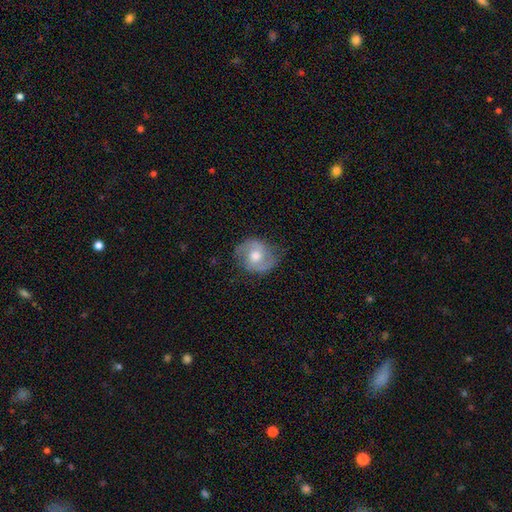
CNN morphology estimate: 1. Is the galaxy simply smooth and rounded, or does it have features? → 68% featured or disk, 25% smooth, 7% star or artifact.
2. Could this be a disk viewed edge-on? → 97% no, 3% yes.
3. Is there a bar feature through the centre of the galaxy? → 54% no, 37% weak, 9% strong.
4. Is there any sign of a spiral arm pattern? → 86% yes, 14% no.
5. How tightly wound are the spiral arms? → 50% medium, 26% tight, 24% loose.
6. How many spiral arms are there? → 88% 2, 7% can't tell, 2% 1, 1% 3, 1% 4, 1% more than 4.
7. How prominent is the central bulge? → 67% moderate, 19% large, 11% small, 2% none, 1% dominant.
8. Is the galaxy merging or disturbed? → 77% none, 16% minor disturbance, 6% major disturbance, 1% merger.